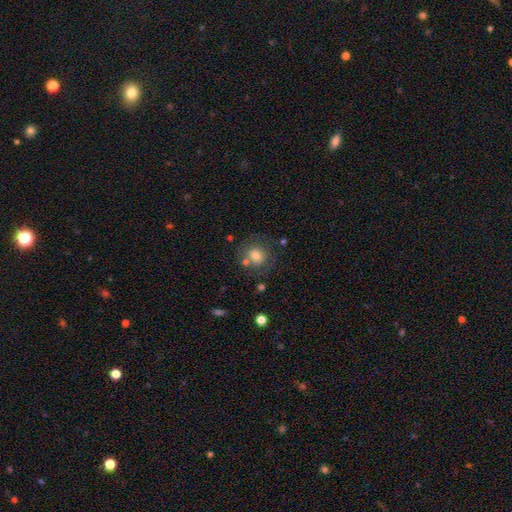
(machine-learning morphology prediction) Smooth or featured? smooth (75%)
How rounded? round (84%)
Merging? none (72%)